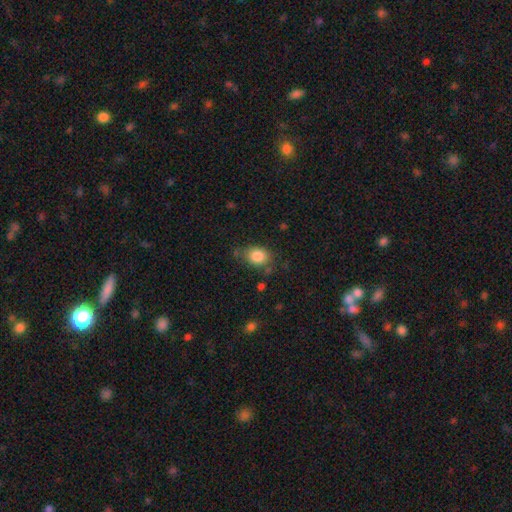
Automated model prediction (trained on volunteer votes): smooth_or_featured: smooth (p=0.84) [alt: star or artifact p=0.09]
how_rounded: in between (p=0.59) [alt: round p=0.40]
merging: none (p=0.71) [alt: minor disturbance p=0.20]